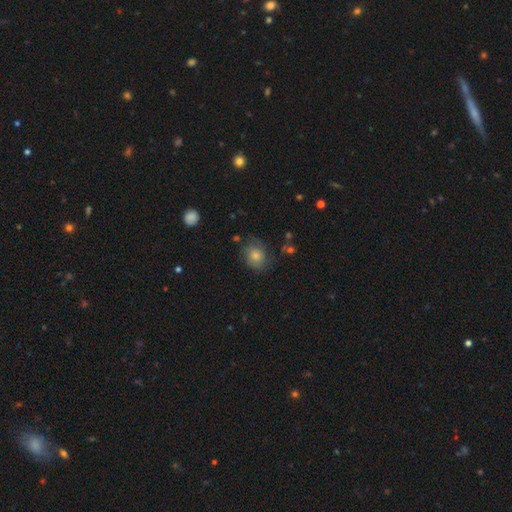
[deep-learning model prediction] A smooth galaxy with no disk features (69%) that is round (62%).

Vote fractions:
- Smooth or featured? smooth: 69% / featured or disk: 22% / star or artifact: 10%
- How rounded? round: 62% / in between: 37% / cigar-shaped: 1%
- Merging? none: 60% / minor disturbance: 26% / major disturbance: 11% / merger: 3%